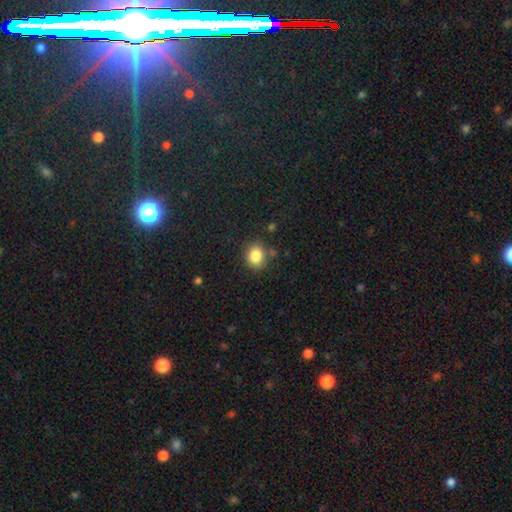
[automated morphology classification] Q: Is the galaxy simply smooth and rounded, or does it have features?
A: smooth — 84%.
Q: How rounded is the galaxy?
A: round — 65%.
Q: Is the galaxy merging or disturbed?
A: none — 80%.